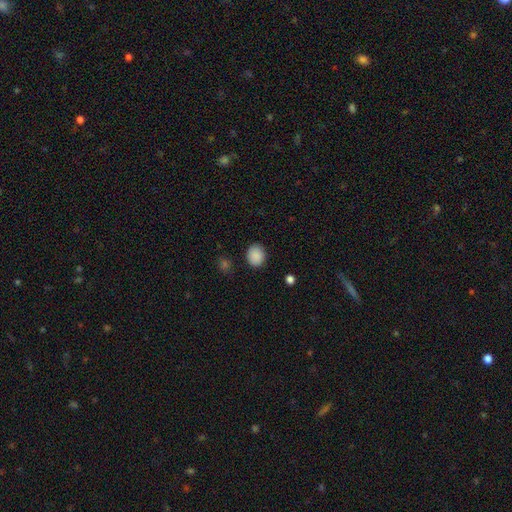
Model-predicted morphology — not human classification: Smooth or featured? smooth (88%)
How rounded? round (65%)
Merging? none (86%)